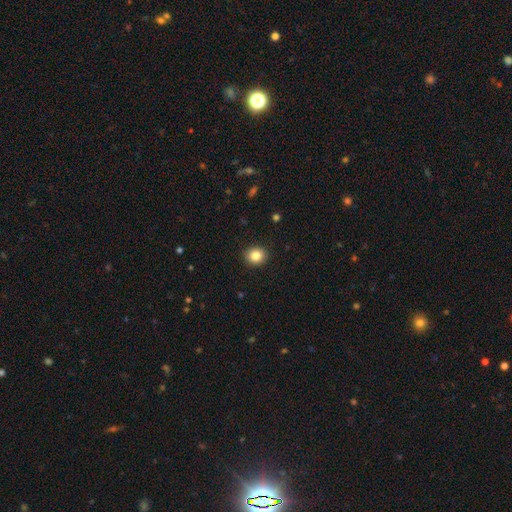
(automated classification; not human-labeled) Smooth or featured: smooth — 84% (star or artifact — 10%)
How rounded: round — 75% (in between — 24%)
Merging: none — 92% (minor disturbance — 6%)